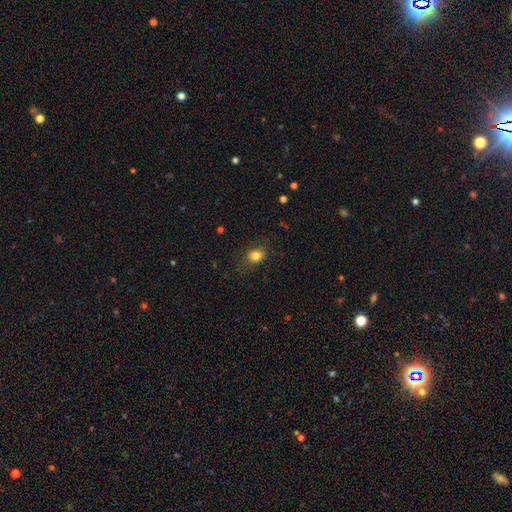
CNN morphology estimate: type=smooth (81%); roundness=round (51%); merging=none (80%).